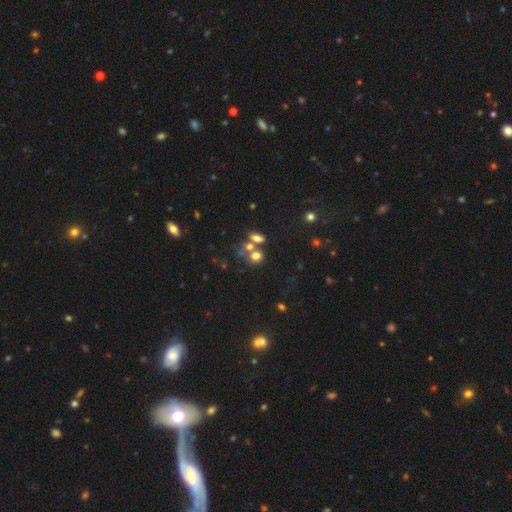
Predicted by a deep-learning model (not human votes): This appears to be a smooth galaxy with no disk features (66%) that is round (53%). Merging: merger (43%).